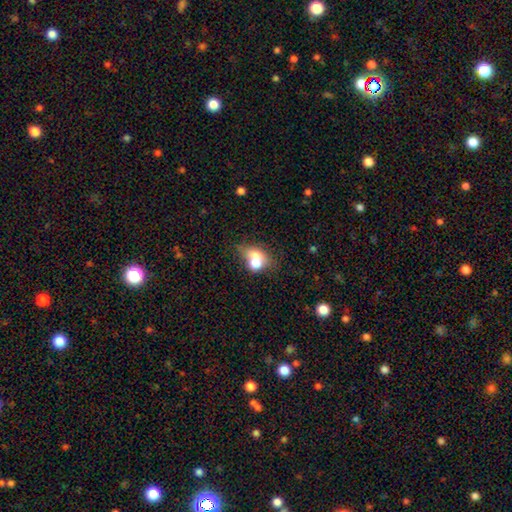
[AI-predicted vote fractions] Smooth or featured: smooth — 65% (featured or disk — 24%)
How rounded: in between — 55% (round — 43%)
Merging: merger — 54% (none — 27%)